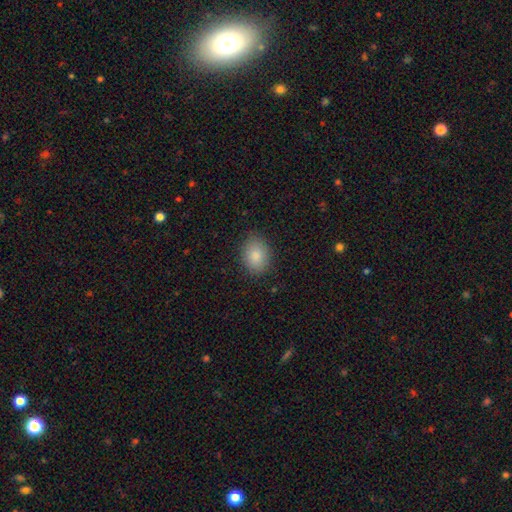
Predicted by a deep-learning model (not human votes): A smooth galaxy with no disk features (86%) that is in between round and cigar-shaped (58%).

Vote fractions:
- Smooth or featured? smooth: 86% / star or artifact: 8% / featured or disk: 6%
- How rounded? in between: 58% / round: 41% / cigar-shaped: 1%
- Merging? none: 85% / minor disturbance: 11% / major disturbance: 3% / merger: 1%